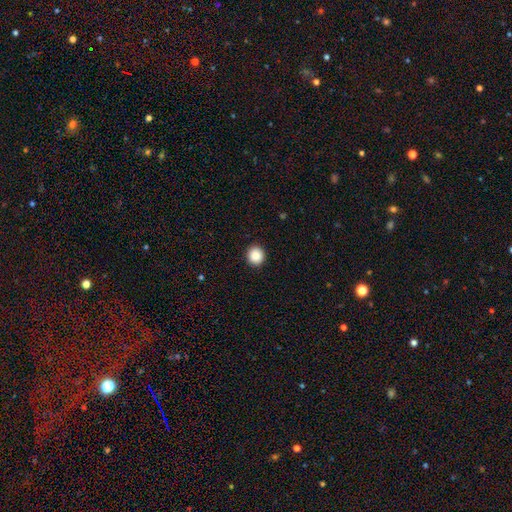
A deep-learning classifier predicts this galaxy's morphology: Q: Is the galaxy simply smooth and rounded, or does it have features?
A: smooth — 88%.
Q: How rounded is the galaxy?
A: round — 91%.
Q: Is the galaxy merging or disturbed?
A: none — 93%.